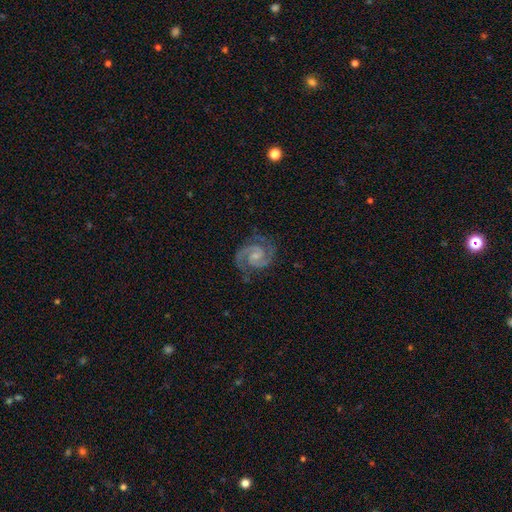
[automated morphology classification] This appears to be a featured or disk galaxy (92%) with a weak bar (46%), 2 (93%) medium (52%) spiral arms (99%) and a small central bulge (48%). Merging: none (79%).